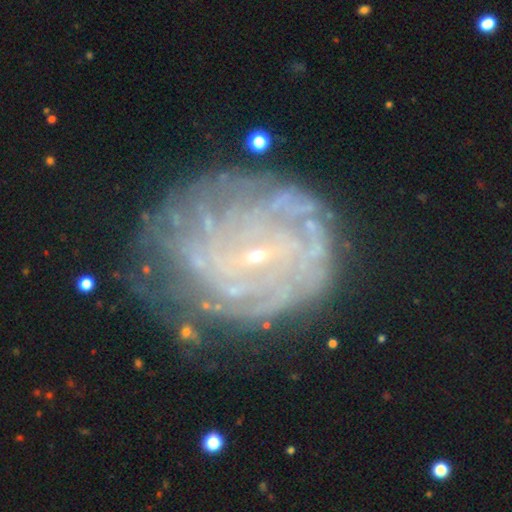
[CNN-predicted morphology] smooth_or_featured: featured or disk (p=0.77) [alt: smooth p=0.12]
disk_edge_on: no (p=0.97) [alt: yes p=0.03]
bar: weak (p=0.45) [alt: no p=0.42]
has_spiral_arms: yes (p=0.83) [alt: no p=0.17]
spiral_winding: tight (p=0.71) [alt: medium p=0.21]
spiral_arm_count: can't tell (p=0.48) [alt: more than 4 p=0.17]
bulge_size: small (p=0.85) [alt: moderate p=0.07]
merging: none (p=0.63) [alt: minor disturbance p=0.21]